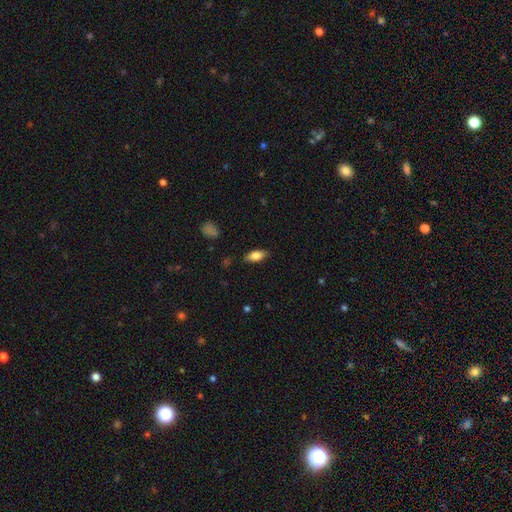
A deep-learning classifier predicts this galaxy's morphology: Smooth or featured? Predicted: smooth (p=0.79). How rounded? Predicted: in between (p=0.84). Merging? Predicted: none (p=0.84).